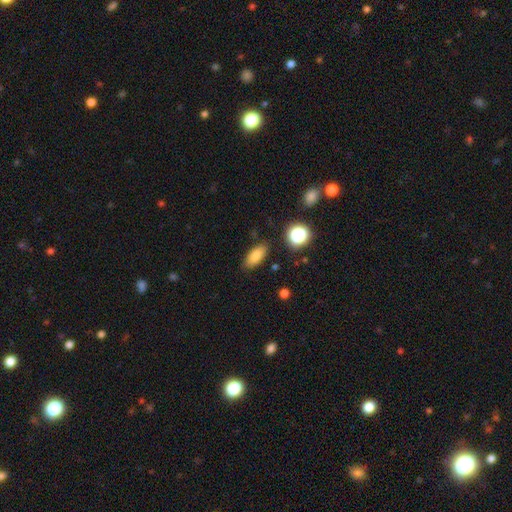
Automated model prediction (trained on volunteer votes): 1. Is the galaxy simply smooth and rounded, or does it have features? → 80% smooth, 10% star or artifact, 10% featured or disk.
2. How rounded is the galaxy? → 81% in between, 14% cigar-shaped, 5% round.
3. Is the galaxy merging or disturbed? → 85% none, 11% minor disturbance, 3% major disturbance, 2% merger.